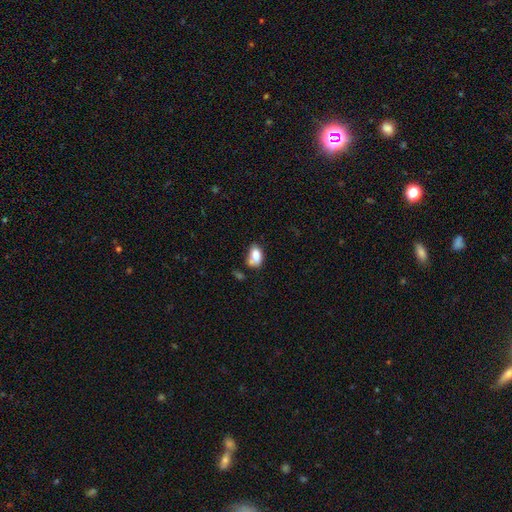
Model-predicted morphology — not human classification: smooth-or-featured: smooth: 80% | featured or disk: 11% | star or artifact: 9%
  how-rounded: in between: 88% | round: 10% | cigar-shaped: 2%
  merging: none: 42% | minor disturbance: 26% | merger: 22% | major disturbance: 10%